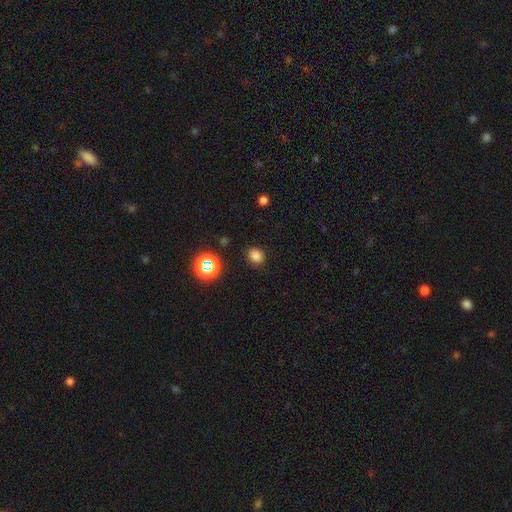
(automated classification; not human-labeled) A smooth galaxy with no disk features (77%) that is round (67%). Merging: none (87%).